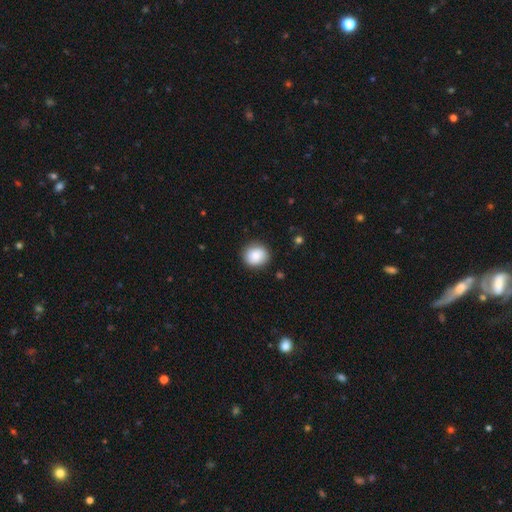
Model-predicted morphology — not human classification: Smooth or featured? Predicted: smooth (p=0.86). How rounded? Predicted: round (p=0.85). Merging? Predicted: none (p=0.87).